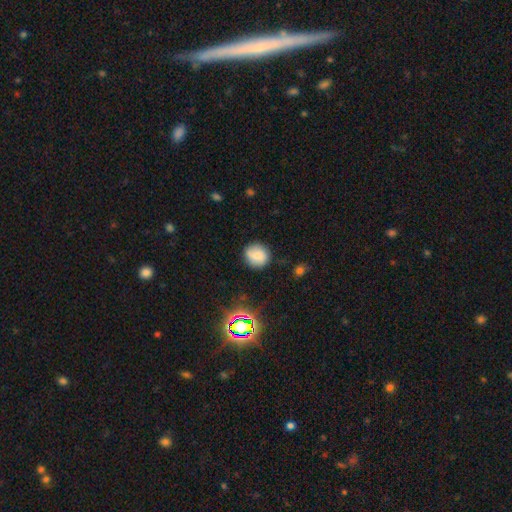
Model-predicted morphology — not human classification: This is likely a smooth galaxy (78%). How rounded: clearly round (87%). Merging: clearly none (81%).